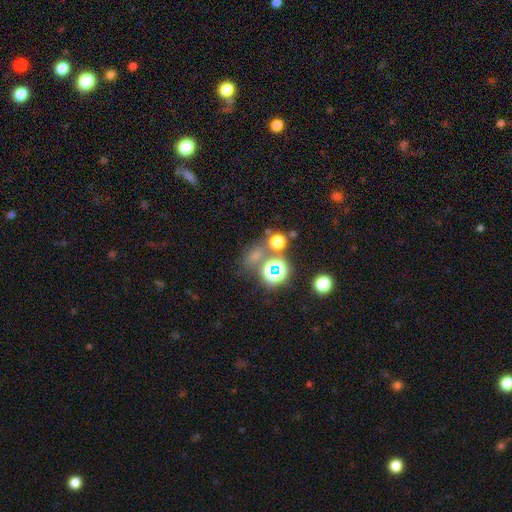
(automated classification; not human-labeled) A smooth galaxy with no disk features (48%).

Vote fractions:
- Smooth or featured? smooth: 48% / star or artifact: 42% / featured or disk: 10%
- Merging? none: 61% / merger: 19% / minor disturbance: 12% / major disturbance: 8%